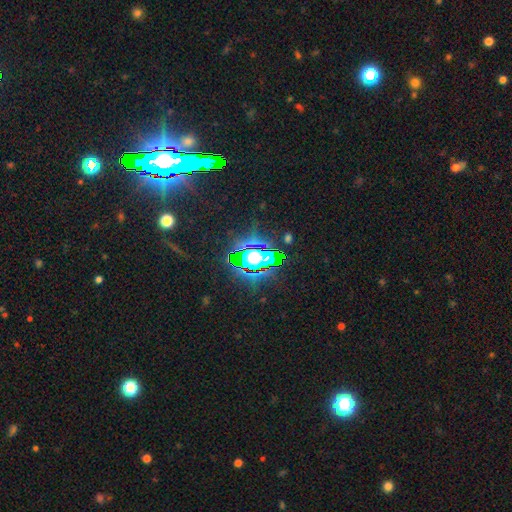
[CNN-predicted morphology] smooth-or-featured: star or artifact: 84% | smooth: 8% | featured or disk: 8%